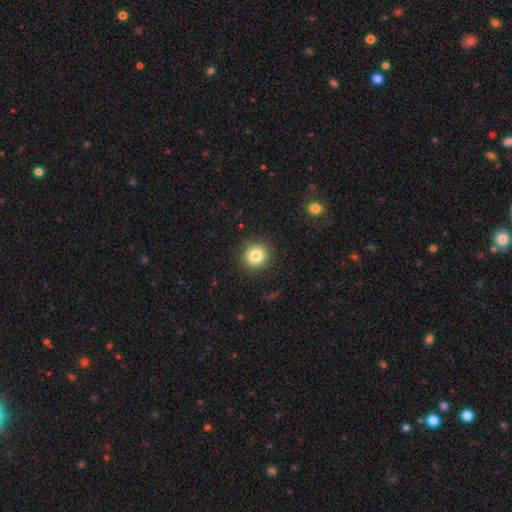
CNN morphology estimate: smooth_or_featured: smooth (p=0.82) [alt: star or artifact p=0.10]
how_rounded: round (p=0.92) [alt: in between p=0.07]
merging: none (p=0.89) [alt: minor disturbance p=0.07]